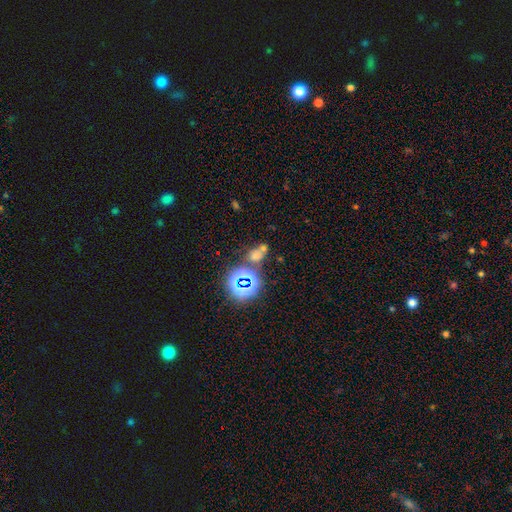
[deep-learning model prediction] Smooth or featured? smooth (53%)
How rounded? round (55%)
Merging? none (48%)